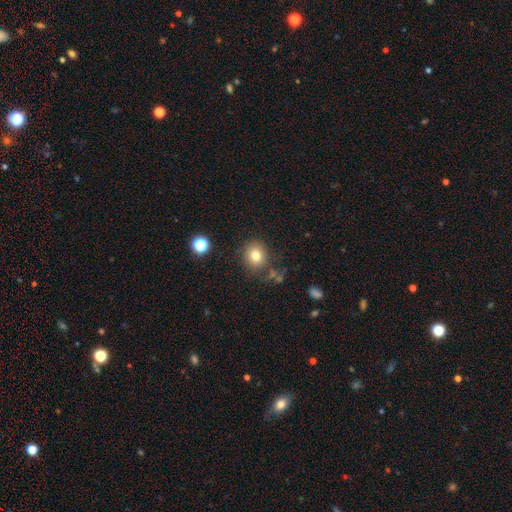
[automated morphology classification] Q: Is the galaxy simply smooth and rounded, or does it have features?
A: smooth — 79%.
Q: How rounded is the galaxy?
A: round — 79%.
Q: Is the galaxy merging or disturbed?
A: none — 79%.